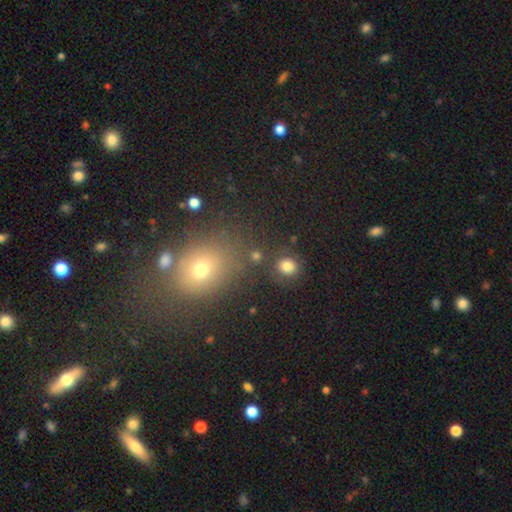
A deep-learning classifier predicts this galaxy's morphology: Smooth or featured?
  - smooth: 71% *
  - star or artifact: 21%
  - featured or disk: 8%
How rounded?
  - round: 71% *
  - in between: 28%
  - cigar-shaped: 2%
Merging?
  - none: 78% *
  - minor disturbance: 9%
  - merger: 8%
  - major disturbance: 4%